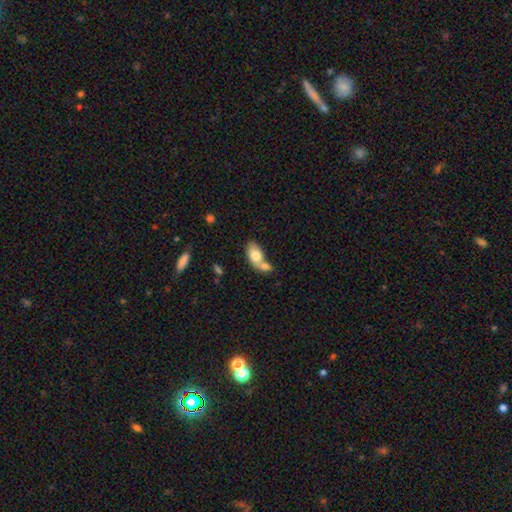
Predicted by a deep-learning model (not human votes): smooth 74%, featured or disk 19%, star or artifact 7%. Down the decision tree: how rounded — in between (89%); merging — merger (60%).